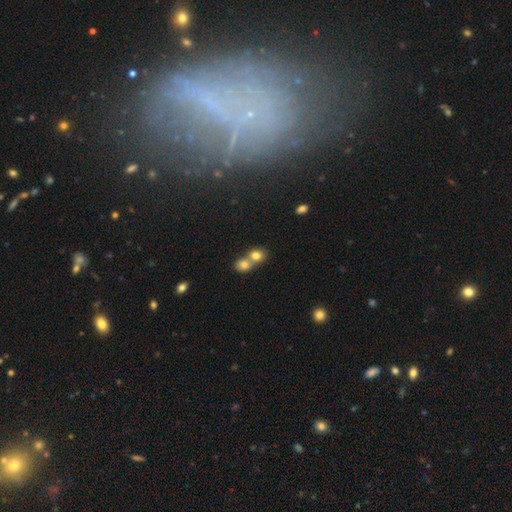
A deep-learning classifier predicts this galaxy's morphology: This is likely a smooth galaxy (77%). How rounded: likely round (74%). Merging: likely merger (64%).